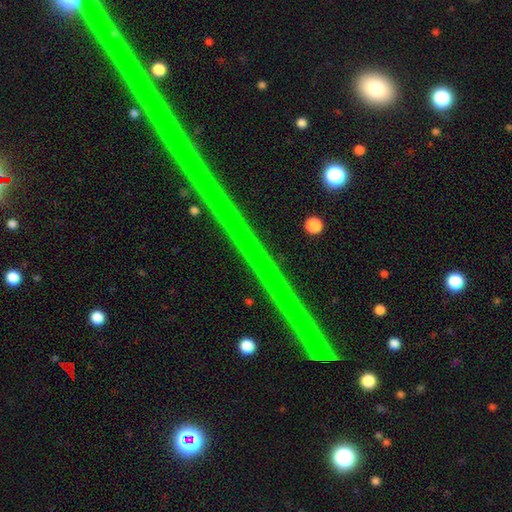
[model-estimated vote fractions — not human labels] Smooth or featured: star or artifact — 79% (featured or disk — 15%)